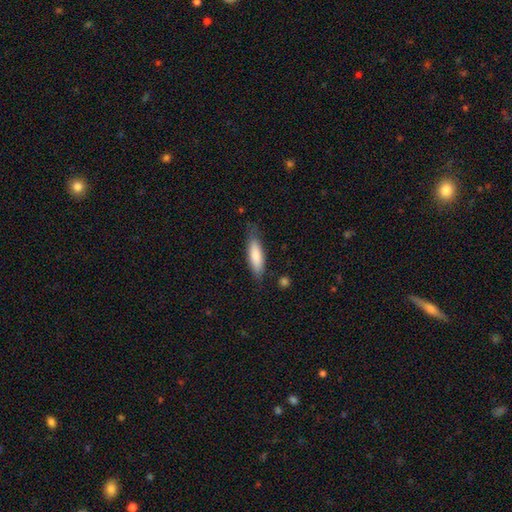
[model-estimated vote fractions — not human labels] Morphology: type=smooth (80%); roundness=cigar-shaped (51%); merging=none (75%).